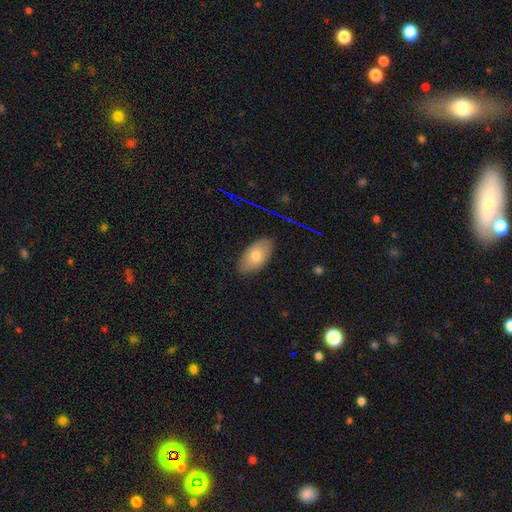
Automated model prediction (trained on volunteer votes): Smooth or featured? Predicted: smooth (p=0.75). How rounded? Predicted: in between (p=0.93). Merging? Predicted: none (p=0.84).